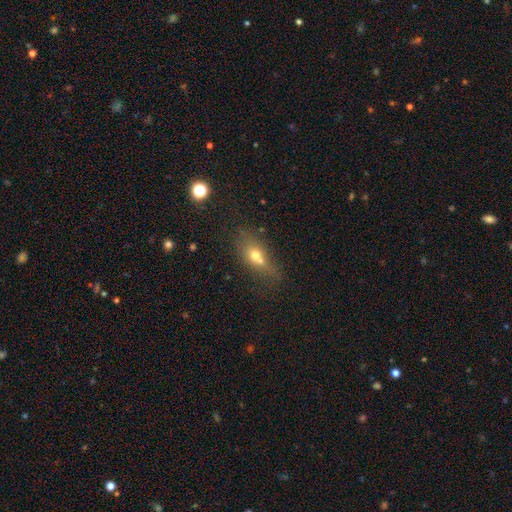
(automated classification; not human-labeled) This is likely a smooth galaxy (61%). How rounded: likely in between (62%). Merging: marginally merger (37%).